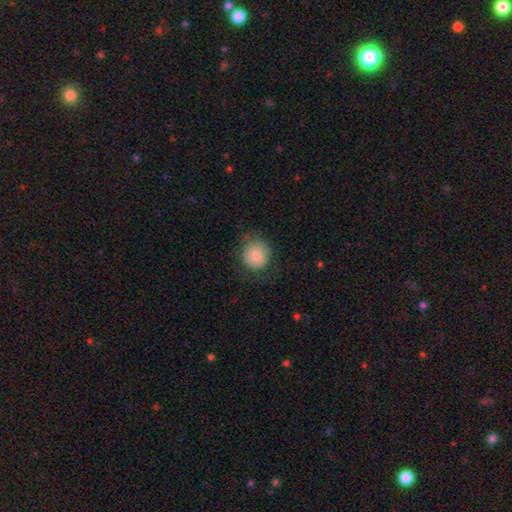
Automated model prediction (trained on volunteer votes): Smooth or featured?
  - smooth: 76% *
  - featured or disk: 16%
  - star or artifact: 7%
How rounded?
  - round: 86% *
  - in between: 13%
  - cigar-shaped: 1%
Merging?
  - none: 63% *
  - minor disturbance: 22%
  - major disturbance: 14%
  - merger: 1%